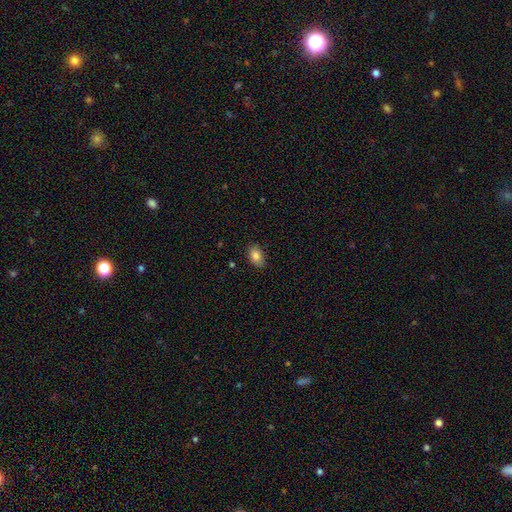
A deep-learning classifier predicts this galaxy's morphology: type=smooth (85%); roundness=in between (86%); merging=none (84%).